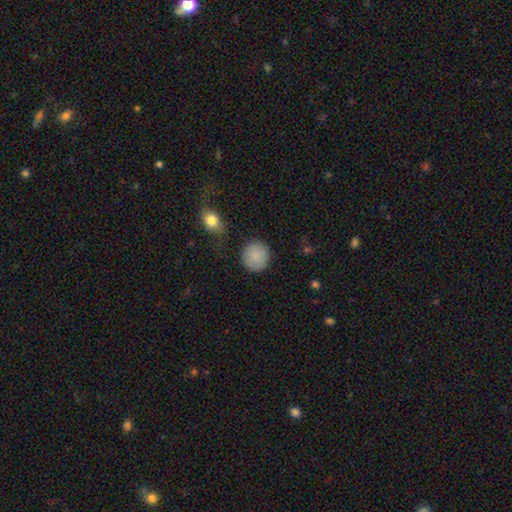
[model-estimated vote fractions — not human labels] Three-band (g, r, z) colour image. It shows a smooth galaxy with no disk features (87%) that is round (92%). Merging: none (85%).